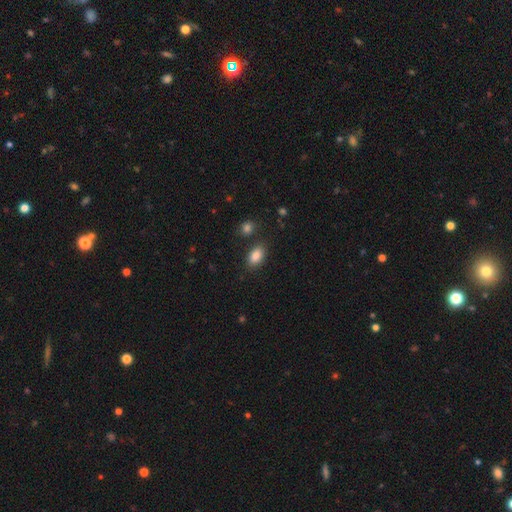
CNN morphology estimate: type=smooth (86%); roundness=in between (90%); merging=none (82%).